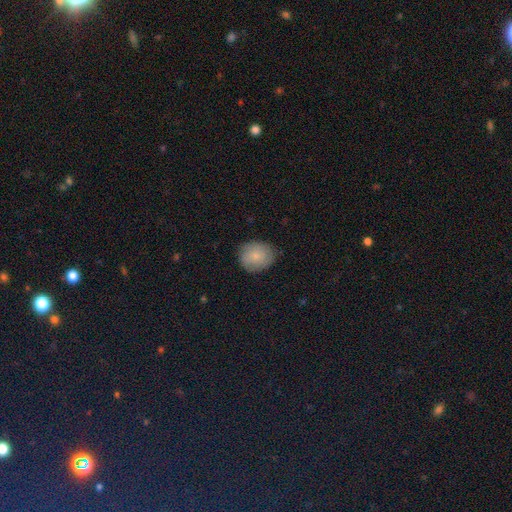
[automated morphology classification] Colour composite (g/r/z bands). It shows a smooth galaxy with no disk features (79%) that is round (65%). Merging: none (81%).